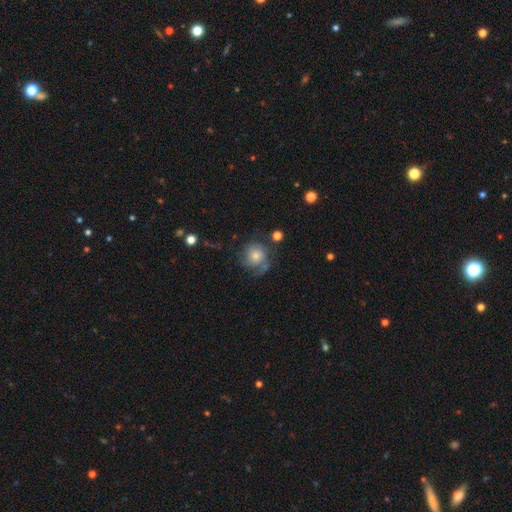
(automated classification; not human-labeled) featured or disk 48%, smooth 40%, star or artifact 12%. Down the decision tree: merging — none (62%).